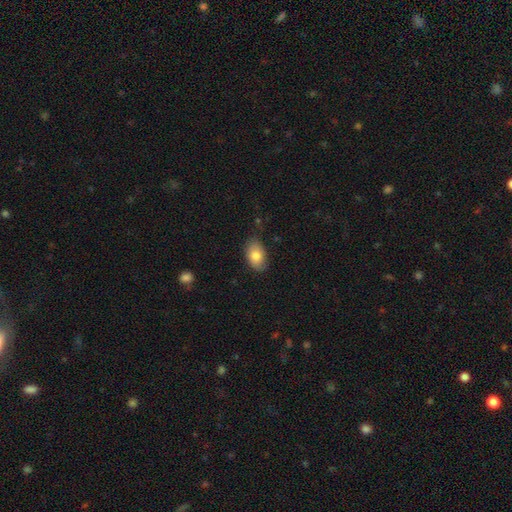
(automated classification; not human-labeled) smooth_or_featured: smooth (p=0.79) [alt: featured or disk p=0.14]
how_rounded: in between (p=0.89) [alt: round p=0.10]
merging: none (p=0.77) [alt: minor disturbance p=0.19]